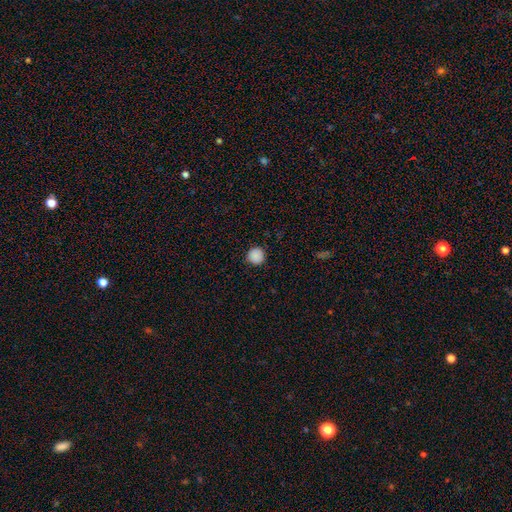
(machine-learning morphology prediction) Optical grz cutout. It shows a smooth galaxy with no disk features (88%) that is round (95%). Merging: none (91%).